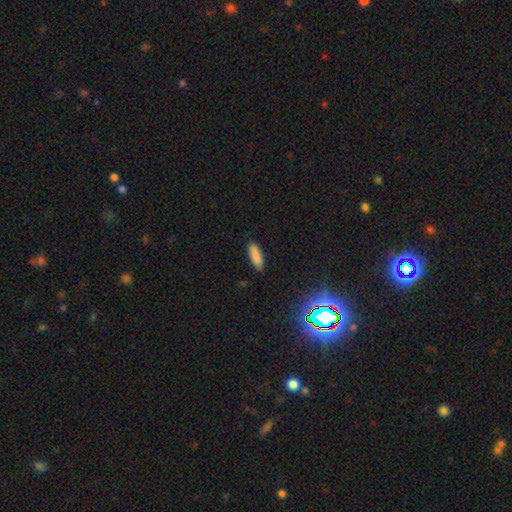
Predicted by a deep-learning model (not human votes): Smooth or featured? smooth (85%)
How rounded? cigar-shaped (53%)
Merging? none (85%)